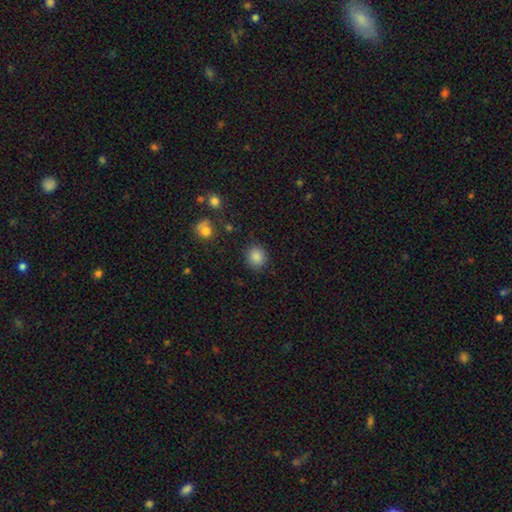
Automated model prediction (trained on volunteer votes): smooth-or-featured: smooth: 86% | star or artifact: 10% | featured or disk: 4%
  how-rounded: round: 82% | in between: 17% | cigar-shaped: 1%
  merging: none: 88% | minor disturbance: 8% | major disturbance: 3% | merger: 2%